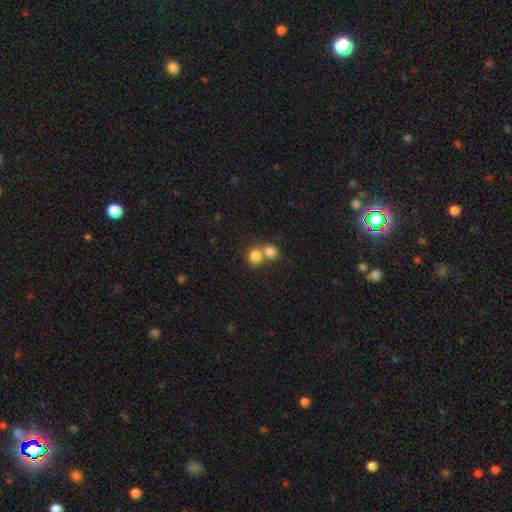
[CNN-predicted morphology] A smooth galaxy with no disk features (80%) that is round (83%). Merging: merger (53%).